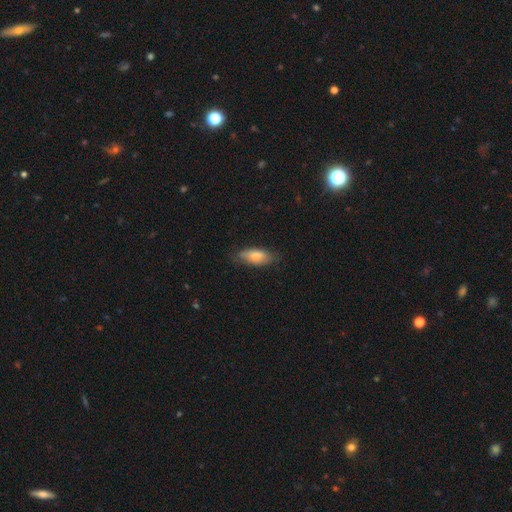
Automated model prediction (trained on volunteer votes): Smooth or featured? smooth (70%)
How rounded? in between (76%)
Merging? none (79%)